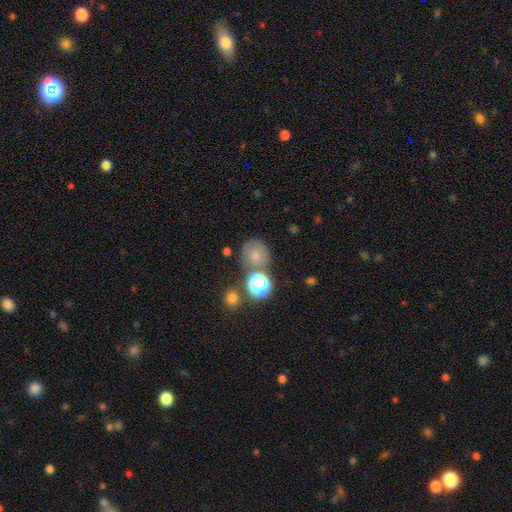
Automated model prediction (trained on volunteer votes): Smooth or featured? Predicted: smooth (p=0.72). How rounded? Predicted: round (p=0.86). Merging? Predicted: none (p=0.65).